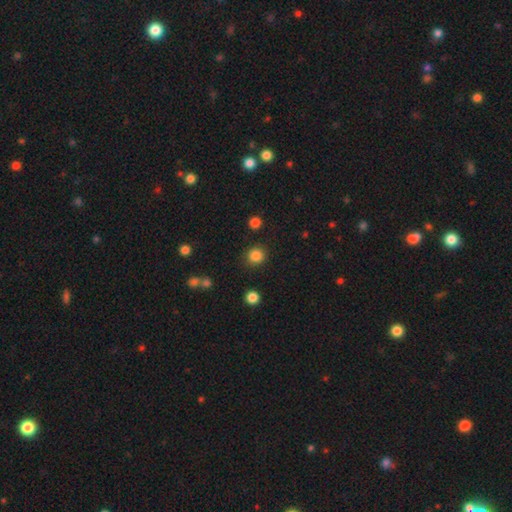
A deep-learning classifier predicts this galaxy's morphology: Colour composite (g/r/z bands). It shows a smooth galaxy with no disk features (84%) that is round (90%). Merging: none (88%).